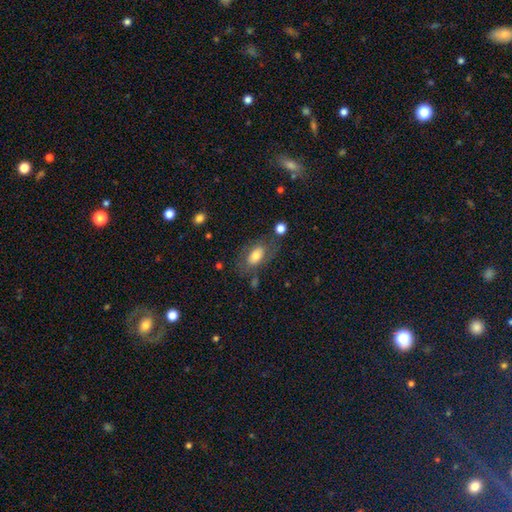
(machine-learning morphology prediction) The model was most divided on "smooth or featured": smooth: 65%, featured or disk: 27%, star or artifact: 8%. More confident: how rounded — in between (89%); merging — none (60%).